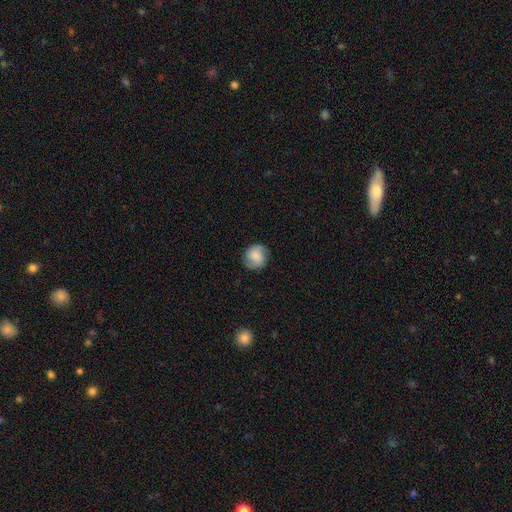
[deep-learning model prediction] Smooth or featured? Predicted: smooth (p=0.52). How rounded? Predicted: round (p=0.78). Merging? Predicted: none (p=0.79).